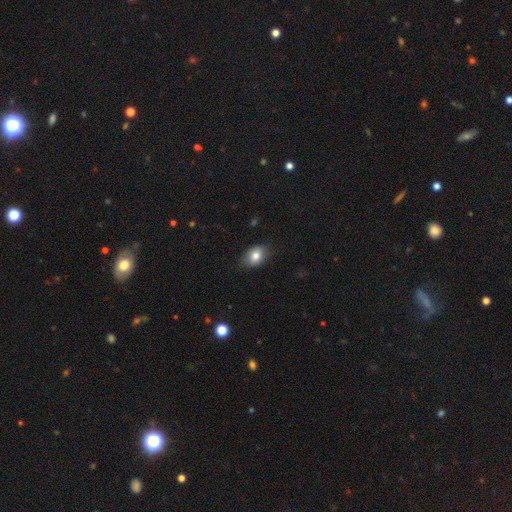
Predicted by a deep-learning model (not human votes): Q: Smooth or featured?
A: smooth (80%); runner-up: featured or disk (12%)
Q: How rounded?
A: in between (73%); runner-up: round (26%)
Q: Merging?
A: none (78%); runner-up: minor disturbance (18%)